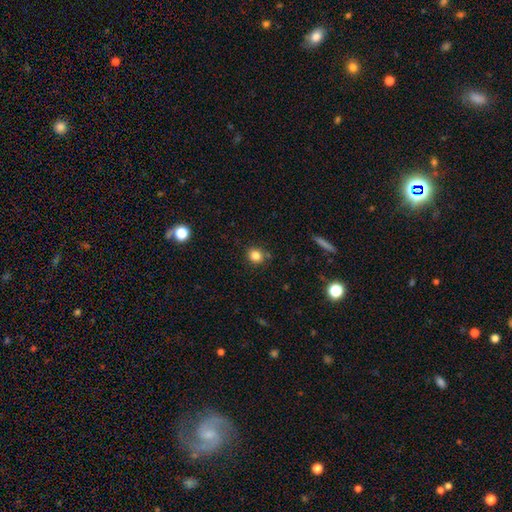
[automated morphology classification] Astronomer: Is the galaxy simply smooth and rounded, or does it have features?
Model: smooth — 83%.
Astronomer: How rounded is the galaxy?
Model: round — 82%.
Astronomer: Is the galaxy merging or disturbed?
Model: none — 83%.